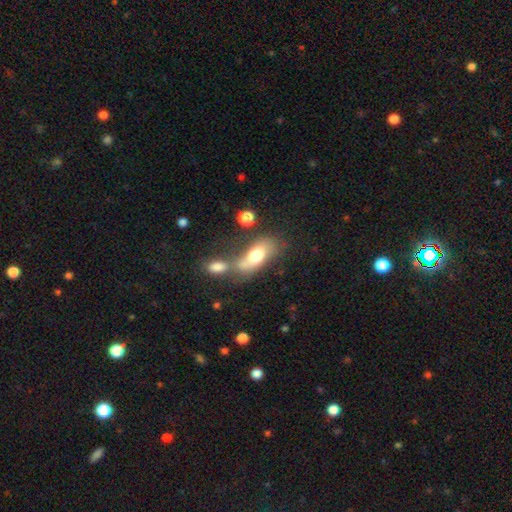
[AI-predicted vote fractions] This appears to be a smooth galaxy with no disk features (68%) that is in between round and cigar-shaped (81%). Merging: merger (43%).